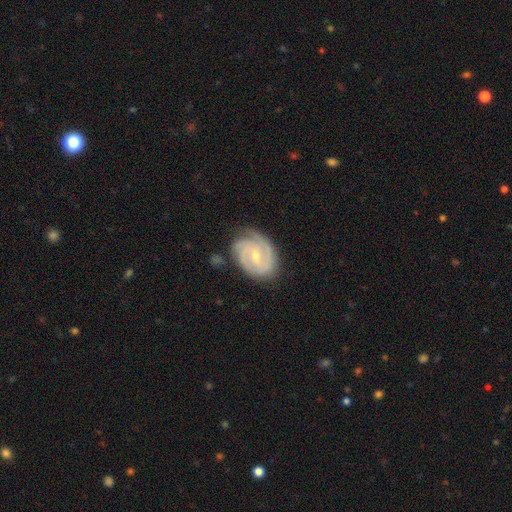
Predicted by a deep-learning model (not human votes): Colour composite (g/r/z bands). It shows a featured or disk galaxy (87%) with a weak bar (48%), 2 (46%) tight (63%) spiral arms (97%) and a small central bulge (65%). Merging: none (70%).